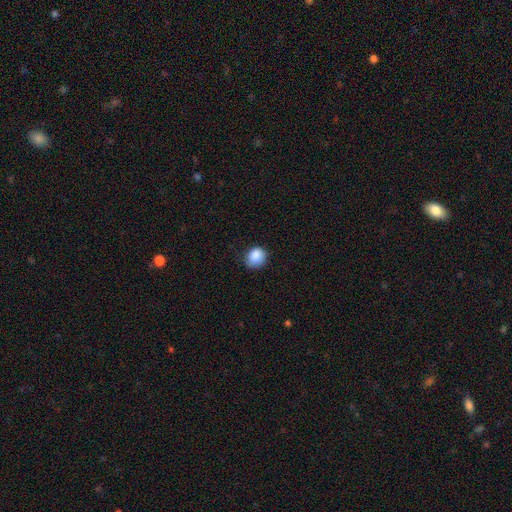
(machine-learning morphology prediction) A smooth galaxy with no disk features (87%) that is round (67%). Merging: none (68%).